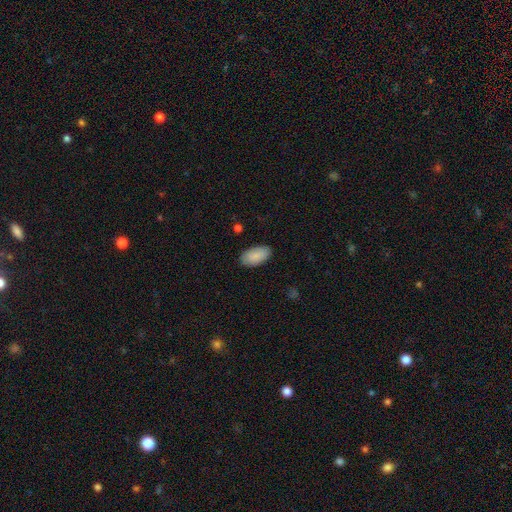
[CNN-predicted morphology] A smooth galaxy with no disk features (89%) that is in between round and cigar-shaped (96%).

Vote fractions:
- Smooth or featured? smooth: 89% / star or artifact: 6% / featured or disk: 5%
- How rounded? in between: 96% / round: 3% / cigar-shaped: 2%
- Merging? none: 87% / minor disturbance: 10% / major disturbance: 2% / merger: 1%